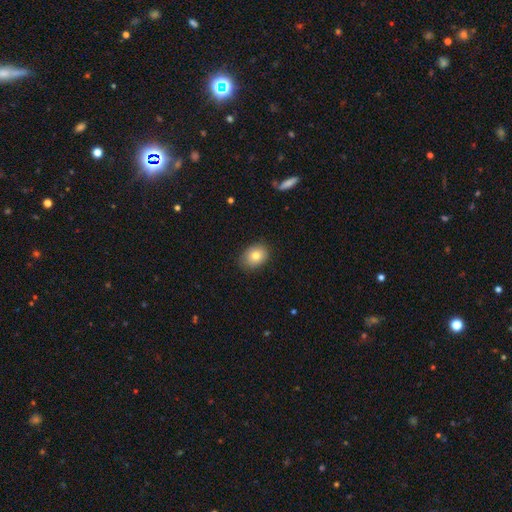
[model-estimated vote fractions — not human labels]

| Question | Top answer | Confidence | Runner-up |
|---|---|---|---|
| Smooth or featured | smooth | 79% | featured or disk (12%) |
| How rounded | in between | 61% | round (38%) |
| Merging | none | 82% | minor disturbance (14%) |